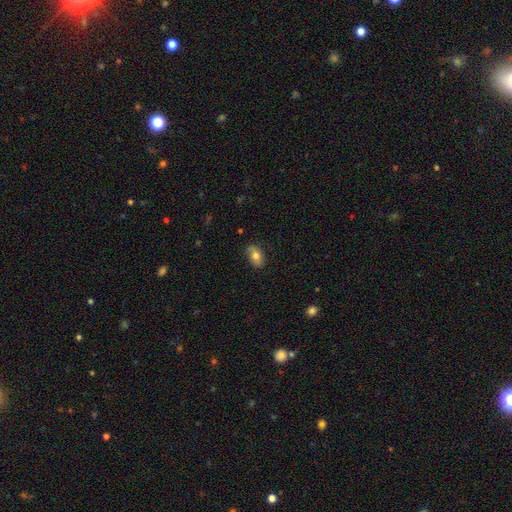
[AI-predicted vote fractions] This is likely a smooth galaxy (71%). How rounded: clearly in between (85%). Merging: likely none (77%).